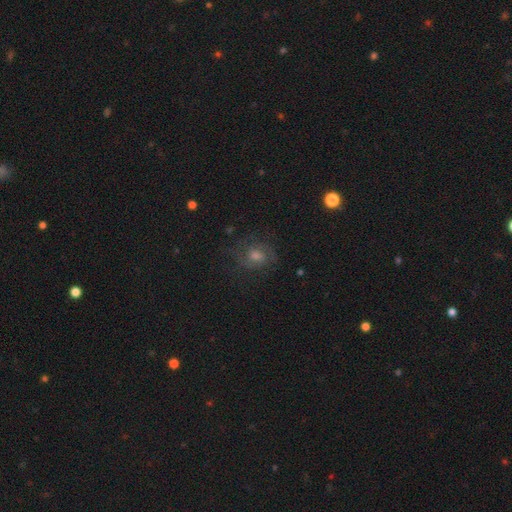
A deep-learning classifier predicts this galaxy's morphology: Q: Smooth or featured?
A: featured or disk (57%); runner-up: smooth (22%)
Q: Edge-on disk?
A: no (97%); runner-up: yes (3%)
Q: Bar?
A: no (61%); runner-up: weak (33%)
Q: Spiral arms?
A: yes (89%); runner-up: no (11%)
Q: Bulge size?
A: moderate (52%); runner-up: small (27%)
Q: Merging?
A: none (75%); runner-up: minor disturbance (15%)